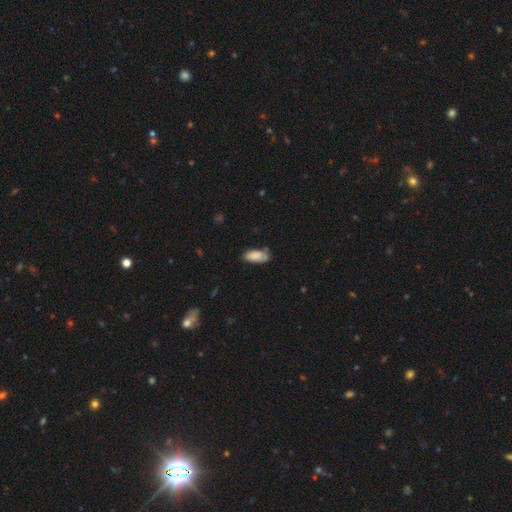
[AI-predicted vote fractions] Morphology: type=smooth (86%); roundness=in between (88%); merging=none (67%).